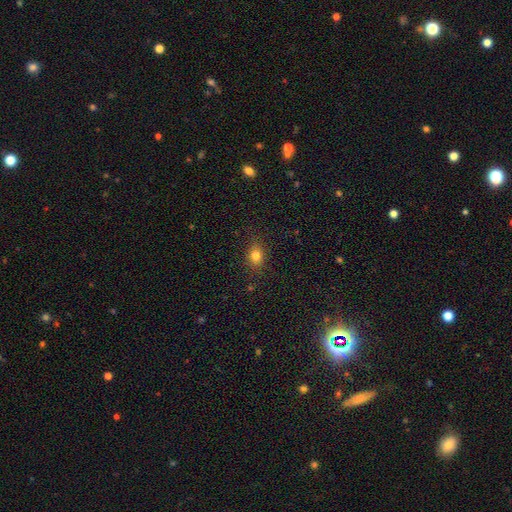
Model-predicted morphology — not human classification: smooth 80%, star or artifact 13%, featured or disk 7%. Down the decision tree: how rounded — in between (54%); merging — none (84%).